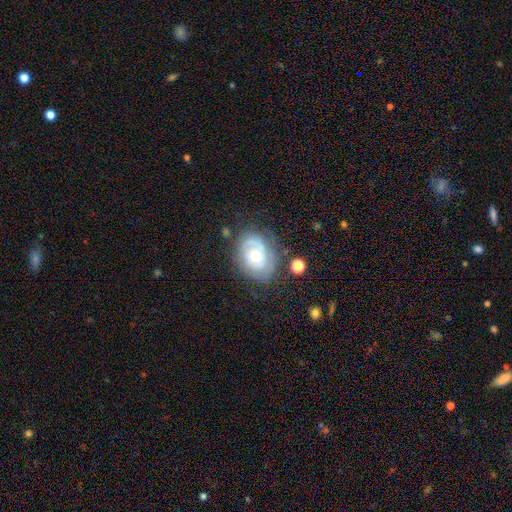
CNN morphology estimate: smooth_or_featured: featured or disk (p=0.58) [alt: smooth p=0.29]
disk_edge_on: no (p=0.96) [alt: yes p=0.04]
bar: no (p=0.69) [alt: weak p=0.24]
has_spiral_arms: yes (p=0.76) [alt: no p=0.24]
bulge_size: moderate (p=0.61) [alt: small p=0.30]
merging: none (p=0.72) [alt: minor disturbance p=0.17]